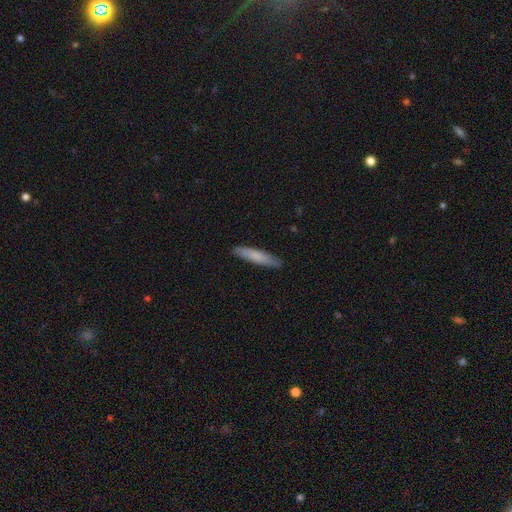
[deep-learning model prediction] A smooth galaxy with no disk features (73%) that is cigar-shaped (89%). Merging: none (88%).